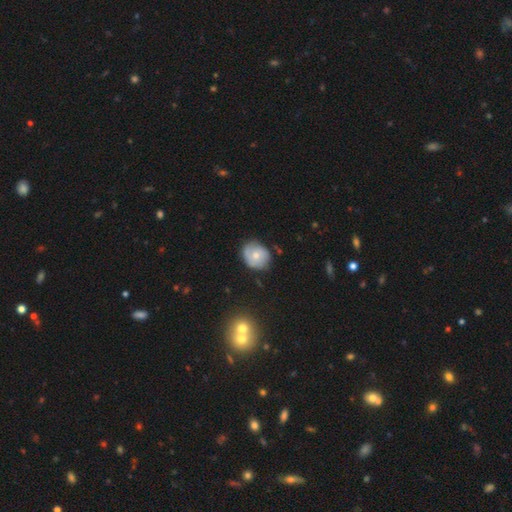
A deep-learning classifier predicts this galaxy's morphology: smooth-or-featured: smooth: 55% | featured or disk: 37% | star or artifact: 9%
  how-rounded: round: 66% | in between: 33% | cigar-shaped: 1%
  merging: none: 68% | minor disturbance: 24% | major disturbance: 5% | merger: 2%